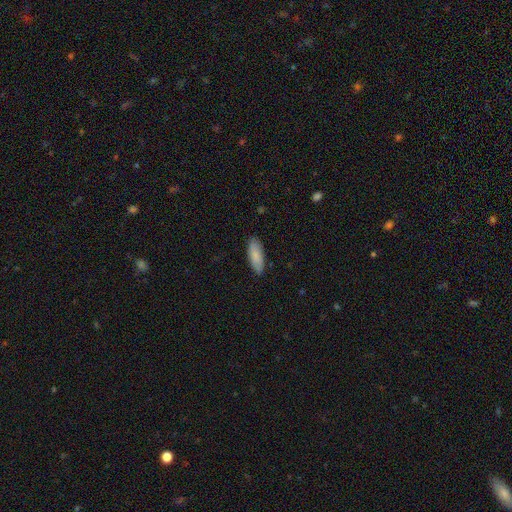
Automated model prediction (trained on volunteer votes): smooth-or-featured: smooth: 85% | featured or disk: 9% | star or artifact: 6%
  how-rounded: in between: 66% | cigar-shaped: 33% | round: 2%
  merging: none: 87% | minor disturbance: 10% | major disturbance: 2% | merger: 1%